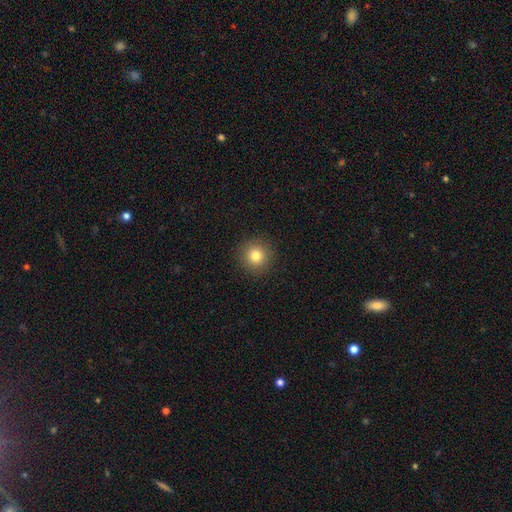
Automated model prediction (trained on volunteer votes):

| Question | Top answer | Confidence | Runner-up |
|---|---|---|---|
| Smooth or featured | smooth | 81% | star or artifact (12%) |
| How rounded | round | 95% | in between (4%) |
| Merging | none | 92% | minor disturbance (5%) |